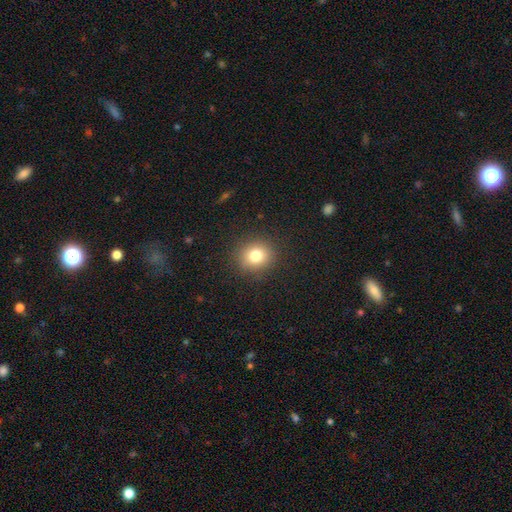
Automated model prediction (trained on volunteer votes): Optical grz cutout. It shows a smooth galaxy with no disk features (79%) that is round (81%). Merging: none (89%).